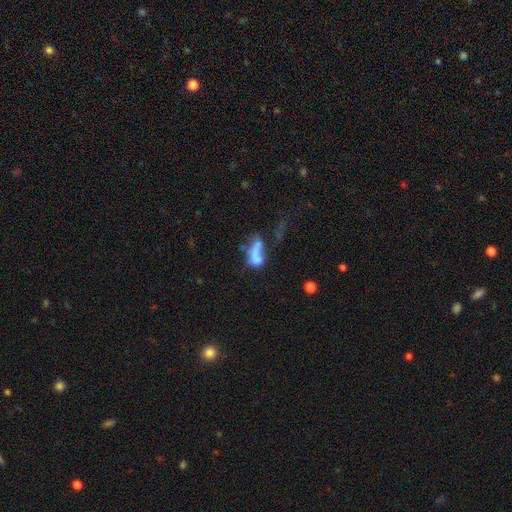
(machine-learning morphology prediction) Overall: smooth (55%; featured or disk 32%). How rounded: in between (73%). Merging: merger (35%; major disturbance 34%).